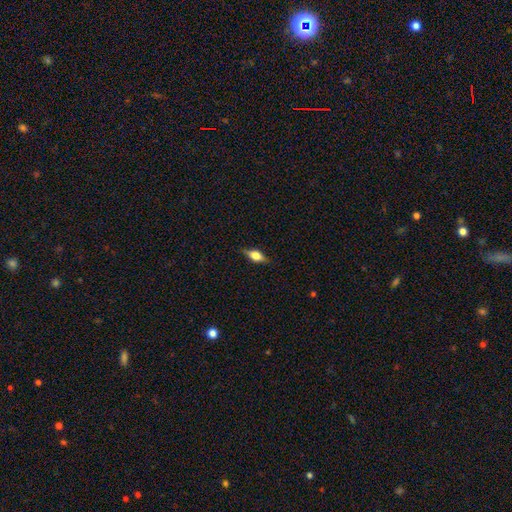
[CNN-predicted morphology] Q: Smooth or featured?
A: smooth (50%); runner-up: featured or disk (42%)
Q: Merging?
A: none (83%); runner-up: minor disturbance (13%)